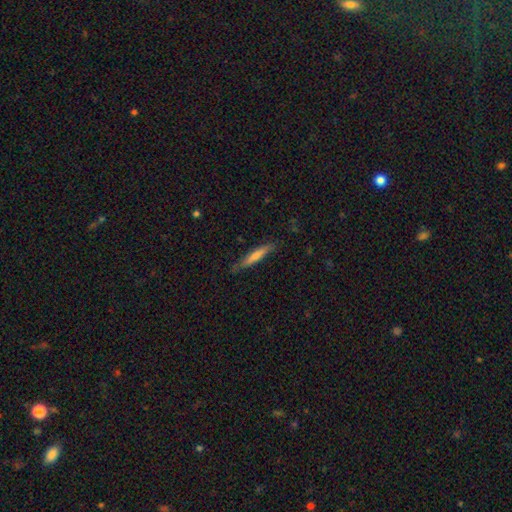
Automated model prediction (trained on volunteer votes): This is possibly a featured or disk galaxy (50%). Merging: clearly none (84%).